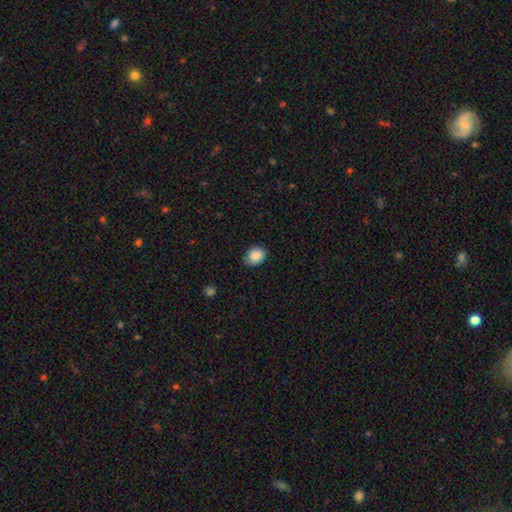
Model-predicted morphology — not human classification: smooth 87%, star or artifact 8%, featured or disk 5%. Down the decision tree: how rounded — in between (58%); merging — none (82%).